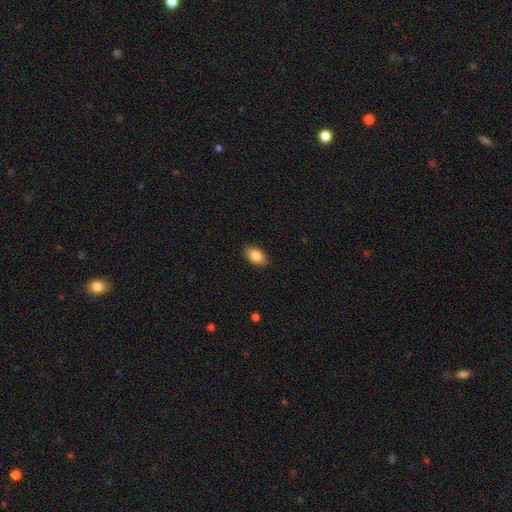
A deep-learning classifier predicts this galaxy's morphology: Smooth or featured?
  - smooth: 84% *
  - featured or disk: 9%
  - star or artifact: 7%
How rounded?
  - in between: 91% *
  - round: 7%
  - cigar-shaped: 2%
Merging?
  - none: 87% *
  - minor disturbance: 10%
  - major disturbance: 2%
  - merger: 1%